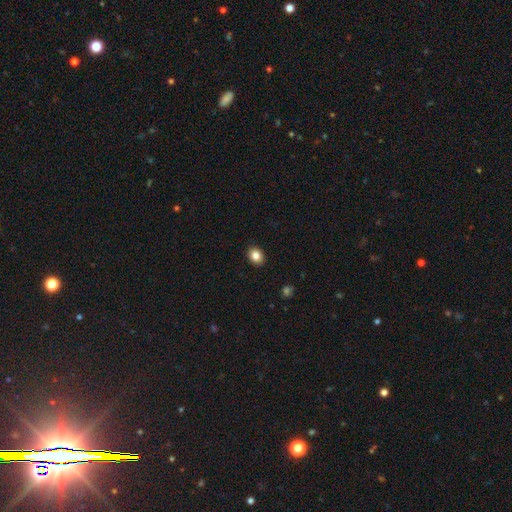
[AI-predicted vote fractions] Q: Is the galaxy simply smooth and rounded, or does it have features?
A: smooth — 85%.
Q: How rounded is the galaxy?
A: in between — 53%.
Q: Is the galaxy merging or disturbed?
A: none — 91%.